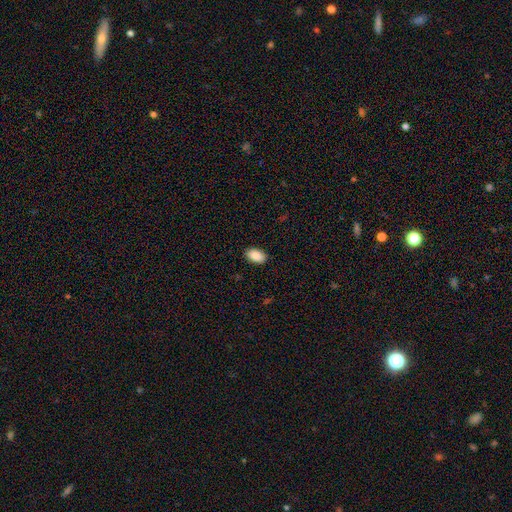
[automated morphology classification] Smooth or featured? Predicted: smooth (p=0.88). How rounded? Predicted: in between (p=0.93). Merging? Predicted: none (p=0.89).